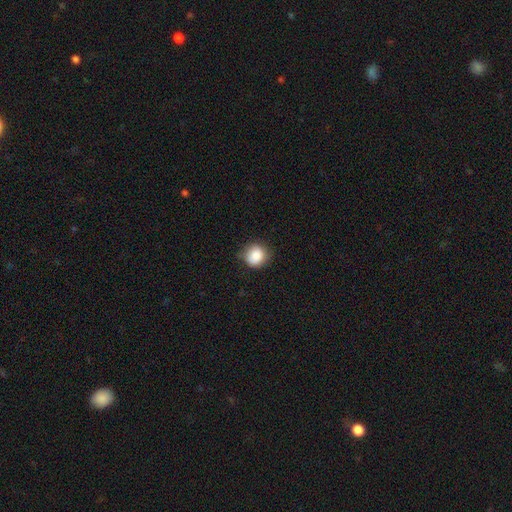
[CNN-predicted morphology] This is clearly a smooth galaxy (86%). How rounded: clearly round (86%). Merging: likely none (78%).